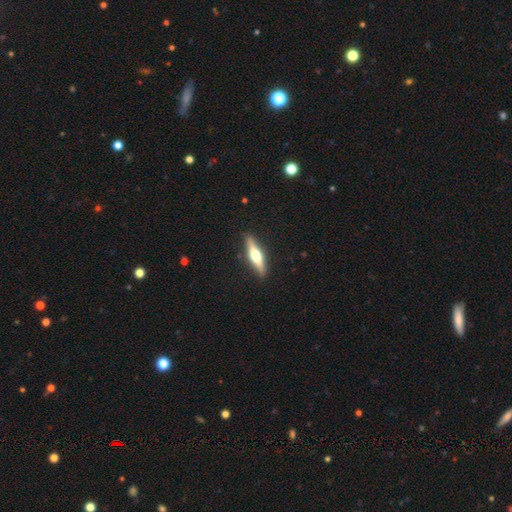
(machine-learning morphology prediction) A featured or disk galaxy (61%) viewed edge-on (96%) with a rounded central bulge (94%). Merging: none (90%).